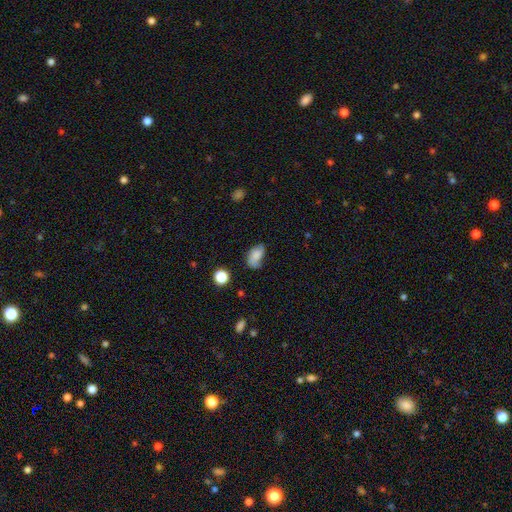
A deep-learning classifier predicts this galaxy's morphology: A smooth galaxy with no disk features (74%) that is in between round and cigar-shaped (90%). Merging: none (49%).